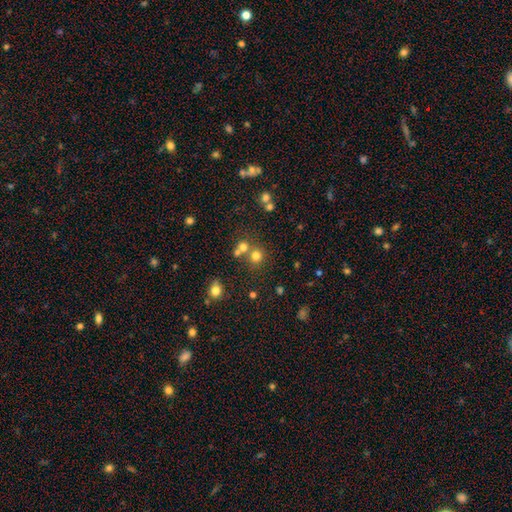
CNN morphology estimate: A smooth galaxy with no disk features (71%) that is round (88%).

Vote fractions:
- Smooth or featured? smooth: 71% / star or artifact: 20% / featured or disk: 9%
- How rounded? round: 88% / in between: 11% / cigar-shaped: 1%
- Merging? none: 64% / merger: 26% / minor disturbance: 8% / major disturbance: 3%